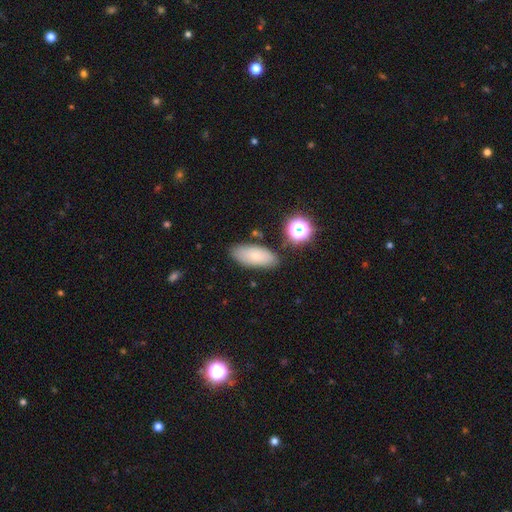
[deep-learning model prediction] smooth_or_featured: smooth (p=0.77) [alt: featured or disk p=0.14]
how_rounded: in between (p=0.84) [alt: cigar-shaped p=0.13]
merging: none (p=0.79) [alt: minor disturbance p=0.13]